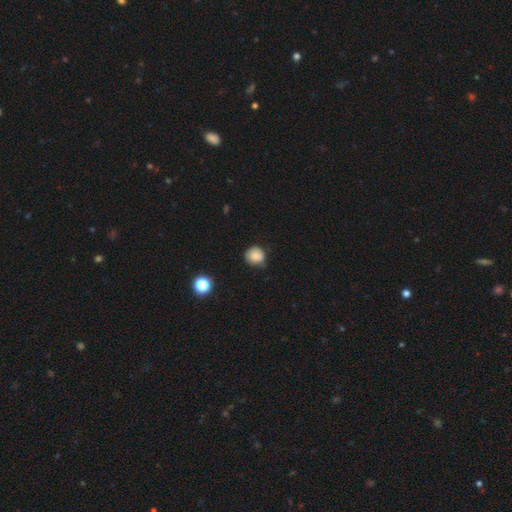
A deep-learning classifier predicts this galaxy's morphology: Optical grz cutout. It shows a smooth galaxy with no disk features (83%) that is round (85%). Merging: none (66%).